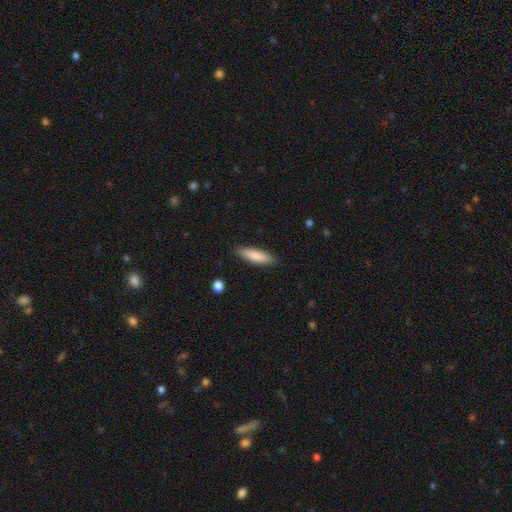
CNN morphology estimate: Overall: smooth (84%). How rounded: cigar-shaped (63%; in between 36%). Merging: none (87%).